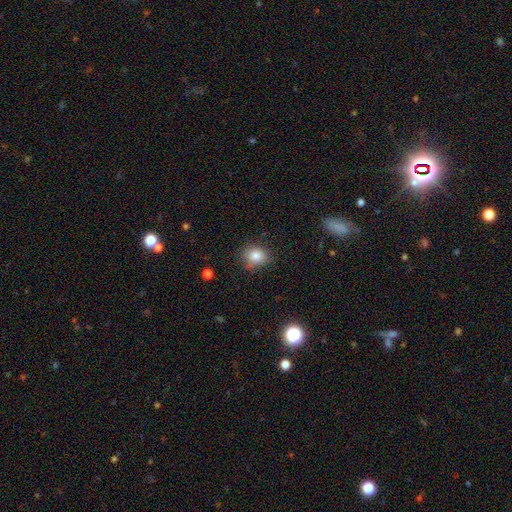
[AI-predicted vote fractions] The model was most divided on "how rounded": round: 63%, in between: 36%, cigar-shaped: 1%. More confident: smooth or featured — smooth (83%); merging — none (78%).